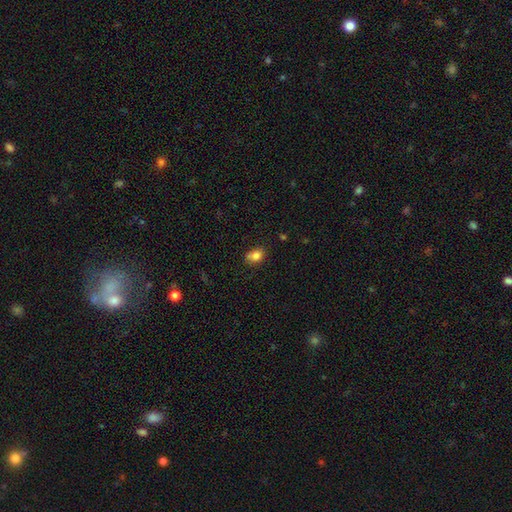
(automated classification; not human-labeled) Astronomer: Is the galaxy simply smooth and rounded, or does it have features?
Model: smooth — 82%.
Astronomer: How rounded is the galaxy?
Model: in between — 63%.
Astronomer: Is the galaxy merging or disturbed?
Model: none — 61%.